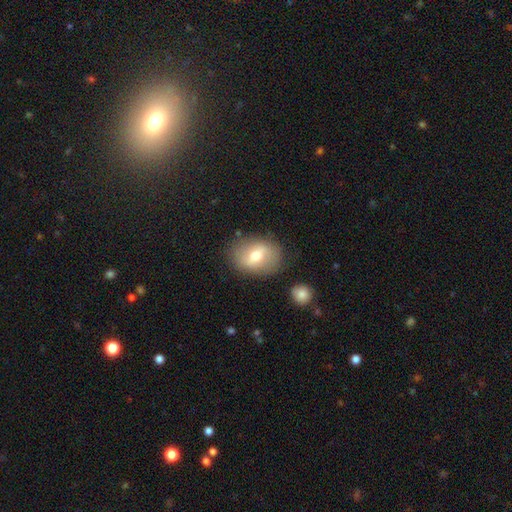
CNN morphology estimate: This is possibly a smooth galaxy (57%). How rounded: possibly in between (58%). Merging: likely none (80%).